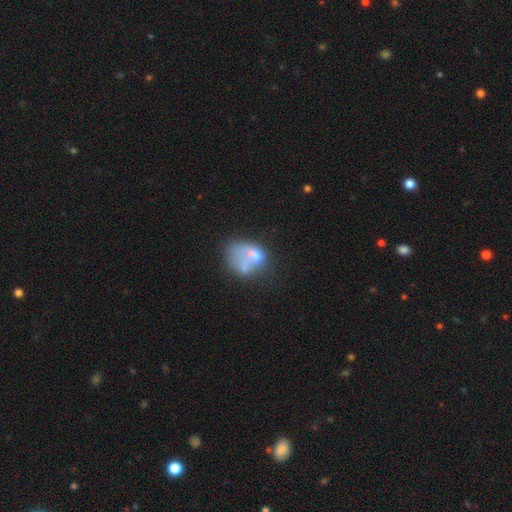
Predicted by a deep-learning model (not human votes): Smooth or featured? smooth (52%)
How rounded? in between (58%)
Merging? merger (36%)